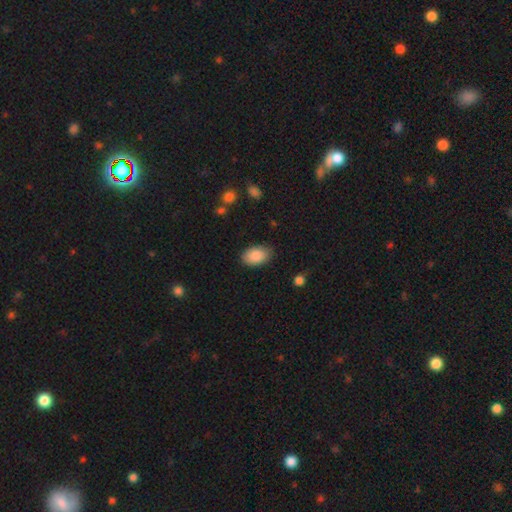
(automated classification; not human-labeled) smooth 89%, star or artifact 7%, featured or disk 5%. Down the decision tree: how rounded — in between (92%); merging — none (83%).